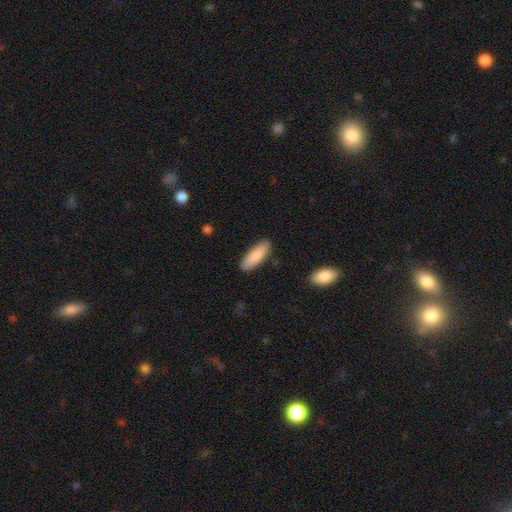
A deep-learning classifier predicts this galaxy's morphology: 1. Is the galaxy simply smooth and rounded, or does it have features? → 86% smooth, 9% featured or disk, 5% star or artifact.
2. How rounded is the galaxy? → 54% in between, 45% cigar-shaped, 2% round.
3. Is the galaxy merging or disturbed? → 87% none, 9% minor disturbance, 2% major disturbance, 1% merger.